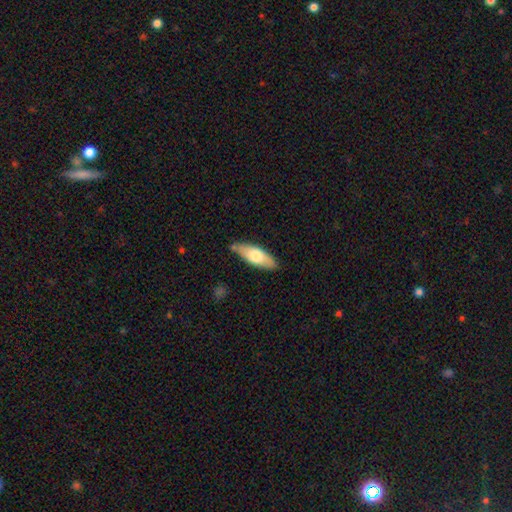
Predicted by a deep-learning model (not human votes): Smooth or featured? smooth (65%)
How rounded? in between (63%)
Merging? none (78%)